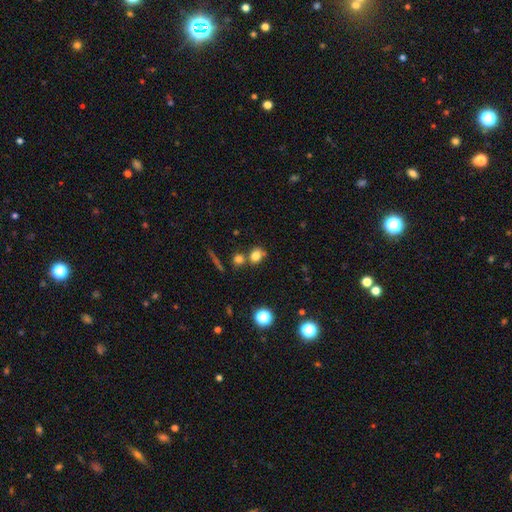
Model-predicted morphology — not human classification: Q: Smooth or featured?
A: smooth (77%); runner-up: star or artifact (15%)
Q: How rounded?
A: round (68%); runner-up: in between (30%)
Q: Merging?
A: none (58%); runner-up: merger (27%)